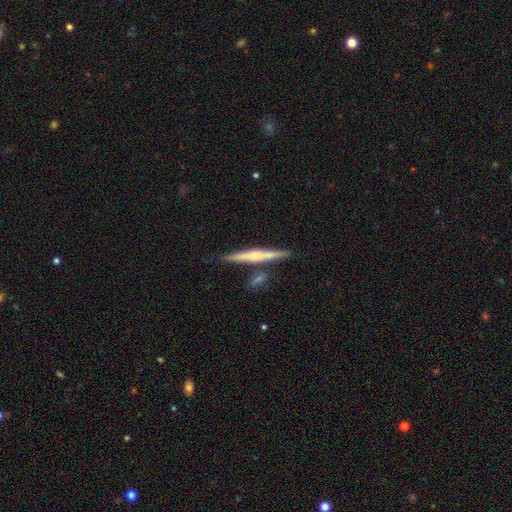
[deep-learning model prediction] This is possibly a featured or disk galaxy (58%). It is clearly viewed edge-on (97%). Edge-on bulge: possibly rounded (53%). Merging: likely none (78%).